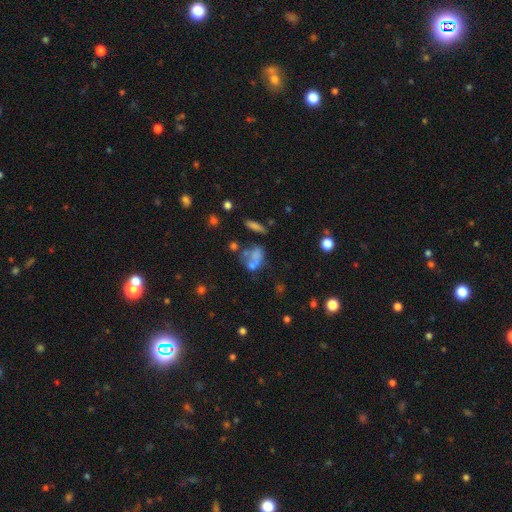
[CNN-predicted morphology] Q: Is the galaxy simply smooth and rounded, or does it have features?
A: smooth — 50%.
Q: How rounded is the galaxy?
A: in between — 68%.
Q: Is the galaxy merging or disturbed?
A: merger — 36%.